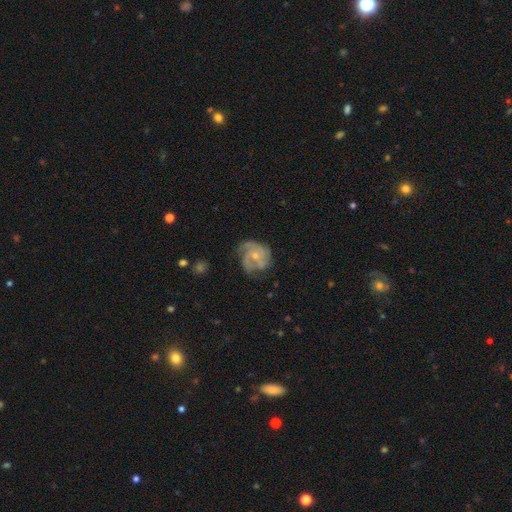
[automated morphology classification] Smooth or featured? Predicted: featured or disk (p=0.78). Edge-on disk? Predicted: no (p=0.98). Bar? Predicted: no (p=0.73). Spiral arms? Predicted: yes (p=0.91). Spiral winding? Predicted: tight (p=0.47). Spiral arm count? Predicted: 3 (p=0.45). Bulge size? Predicted: small (p=0.58). Merging? Predicted: none (p=0.53).